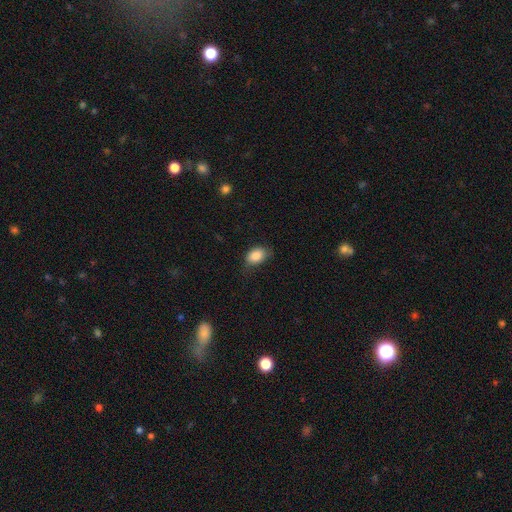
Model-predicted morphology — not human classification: This appears to be a smooth galaxy with no disk features (86%) that is in between round and cigar-shaped (82%). Merging: none (66%).